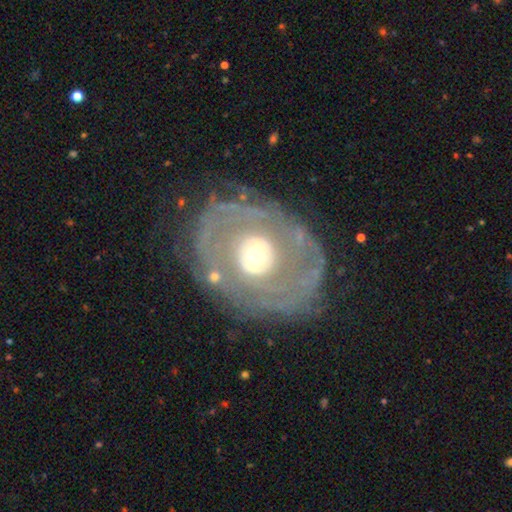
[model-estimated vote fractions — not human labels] smooth-or-featured: featured or disk: 77% | smooth: 17% | star or artifact: 6%
  disk-edge-on: no: 96% | yes: 4%
    bar: no: 70% | weak: 21% | strong: 9%
    has-spiral-arms: yes: 56% | no: 44%
    bulge-size: moderate: 64% | small: 19% | large: 14% | dominant: 2% | none: 1%
  merging: none: 71% | minor disturbance: 16% | major disturbance: 11% | merger: 2%